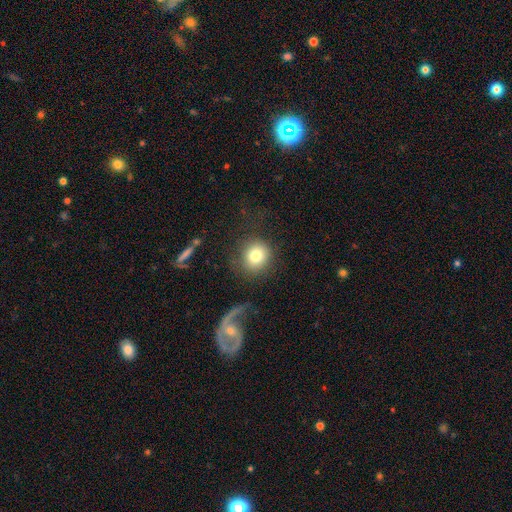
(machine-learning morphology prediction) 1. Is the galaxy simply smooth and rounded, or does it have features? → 79% smooth, 12% featured or disk, 10% star or artifact.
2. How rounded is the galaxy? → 88% round, 11% in between, 1% cigar-shaped.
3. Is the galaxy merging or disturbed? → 74% none, 12% minor disturbance, 10% major disturbance, 4% merger.